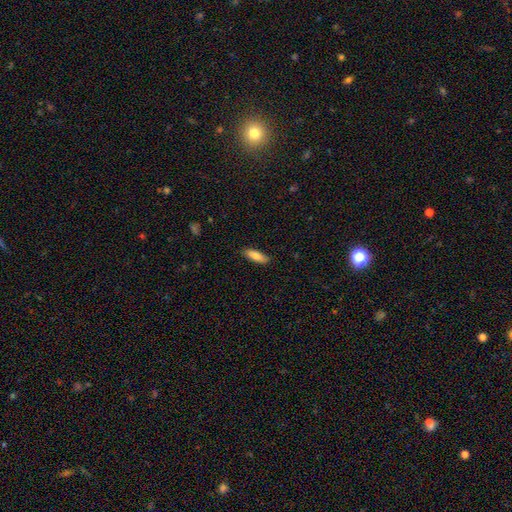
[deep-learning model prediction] Morphology: type=smooth (78%); roundness=in between (65%); merging=none (86%).